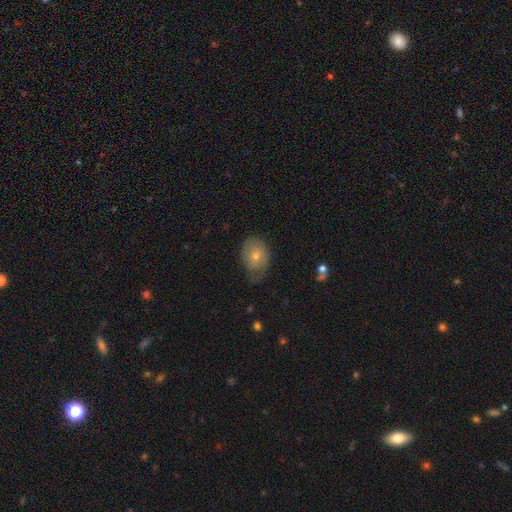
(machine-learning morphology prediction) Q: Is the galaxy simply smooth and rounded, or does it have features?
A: smooth — 59%.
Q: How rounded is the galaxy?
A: in between — 57%.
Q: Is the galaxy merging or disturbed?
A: none — 55%.